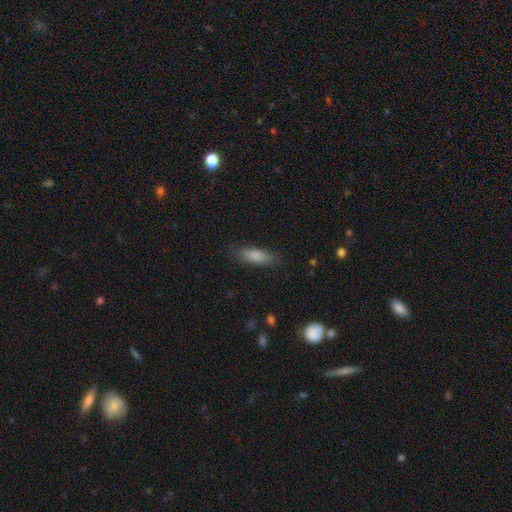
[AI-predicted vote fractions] A smooth galaxy with no disk features (83%) that is in between round and cigar-shaped (61%).

Vote fractions:
- Smooth or featured? smooth: 83% / featured or disk: 10% / star or artifact: 7%
- How rounded? in between: 61% / cigar-shaped: 37% / round: 2%
- Merging? none: 80% / minor disturbance: 14% / major disturbance: 4% / merger: 1%